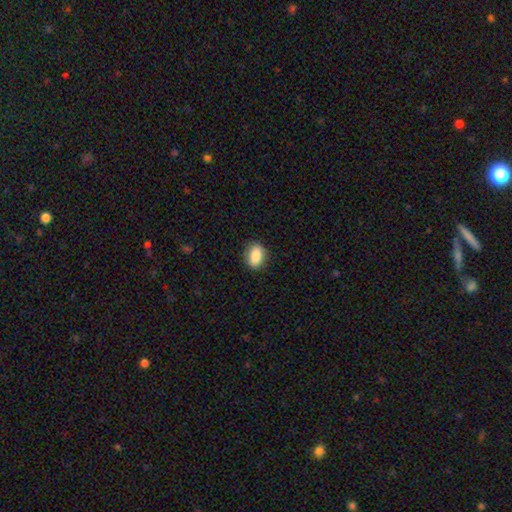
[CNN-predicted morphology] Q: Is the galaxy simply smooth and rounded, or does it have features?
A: smooth — 86%.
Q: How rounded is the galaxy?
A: in between — 80%.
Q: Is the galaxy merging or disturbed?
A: none — 86%.